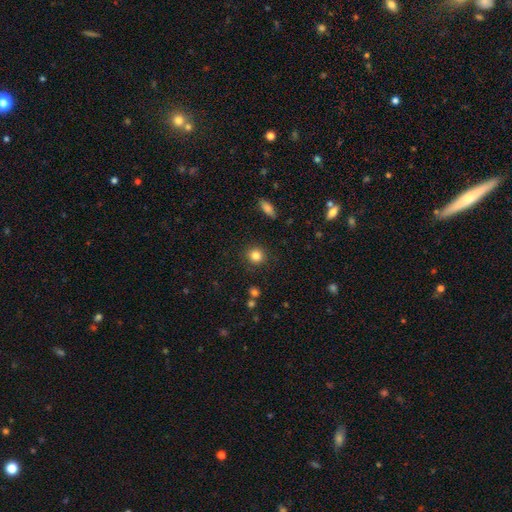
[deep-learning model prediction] smooth 84%, star or artifact 11%, featured or disk 5%. Down the decision tree: how rounded — round (88%); merging — none (89%).